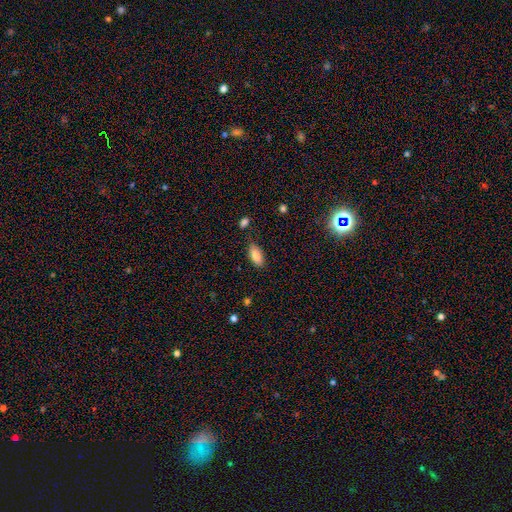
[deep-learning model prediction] Overall: smooth (85%). How rounded: in between (88%). Merging: none (77%).